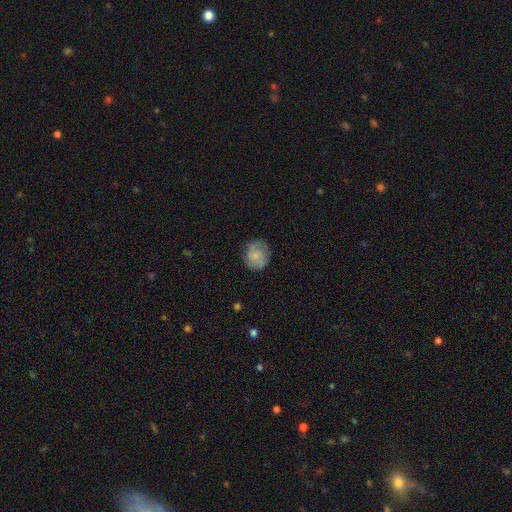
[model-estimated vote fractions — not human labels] Smooth or featured? smooth (64%)
How rounded? round (71%)
Merging? none (75%)